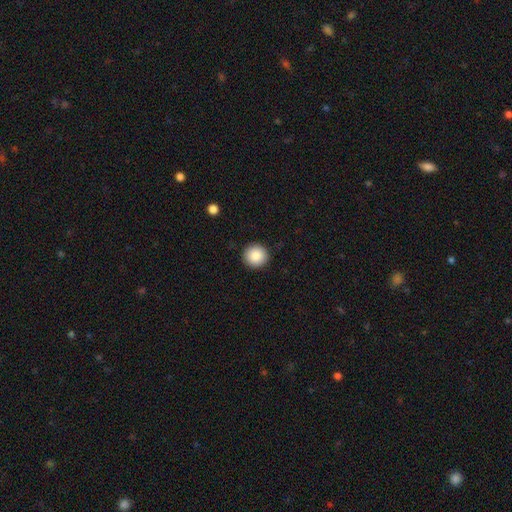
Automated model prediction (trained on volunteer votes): This is clearly a smooth galaxy (87%). How rounded: clearly round (94%). Merging: clearly none (92%).